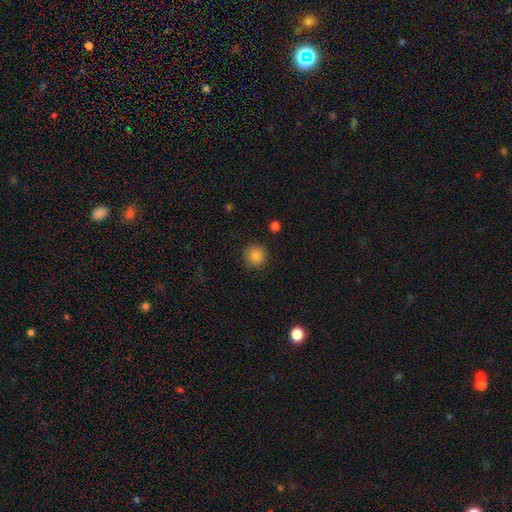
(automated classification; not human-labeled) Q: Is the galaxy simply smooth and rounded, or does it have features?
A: smooth — 85%.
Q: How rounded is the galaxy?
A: round — 94%.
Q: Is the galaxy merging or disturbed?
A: none — 89%.